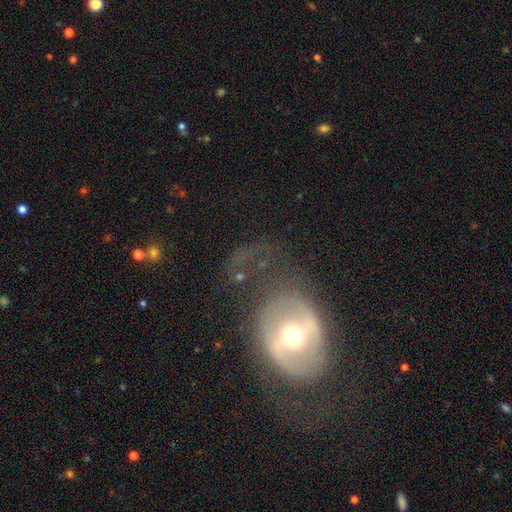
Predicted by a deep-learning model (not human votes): Smooth or featured: featured or disk — 67% (smooth — 23%)
Edge-on disk: no — 94% (yes — 6%)
Bar: no — 38% (weak — 36%)
Spiral arms: yes — 54% (no — 46%)
Bulge size: moderate — 64% (small — 28%)
Merging: none — 53% (major disturbance — 25%)